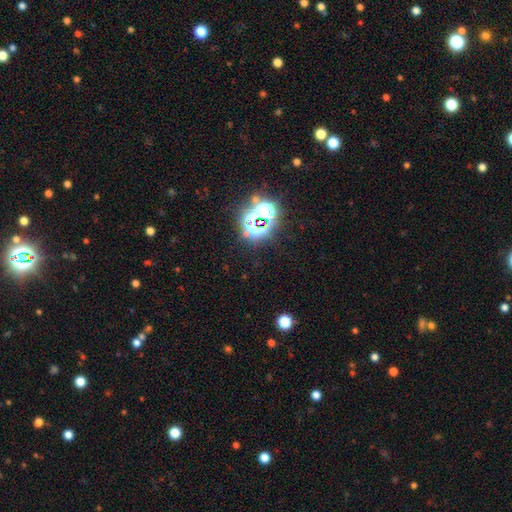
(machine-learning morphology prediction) A star or artifact, not a galaxy (78%).

Vote fractions:
- Smooth or featured? star or artifact: 78% / smooth: 14% / featured or disk: 8%